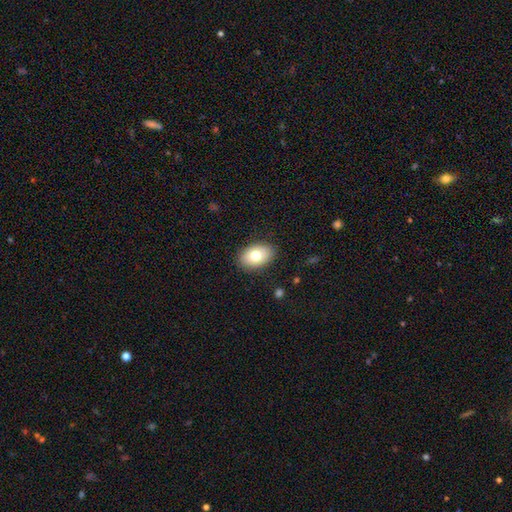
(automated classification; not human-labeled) Smooth or featured?
  - smooth: 76% *
  - featured or disk: 16%
  - star or artifact: 8%
How rounded?
  - in between: 84% *
  - round: 15%
  - cigar-shaped: 1%
Merging?
  - none: 87% *
  - minor disturbance: 10%
  - major disturbance: 3%
  - merger: 1%